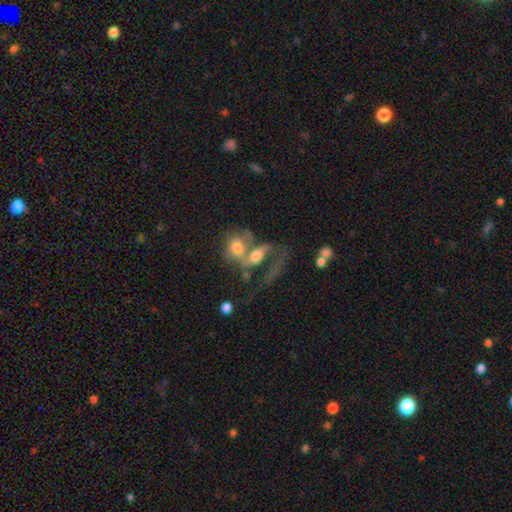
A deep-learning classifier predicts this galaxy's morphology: Smooth or featured?
  - featured or disk: 47% *
  - smooth: 43%
  - star or artifact: 11%
Merging?
  - merger: 69% *
  - major disturbance: 13%
  - none: 12%
  - minor disturbance: 6%